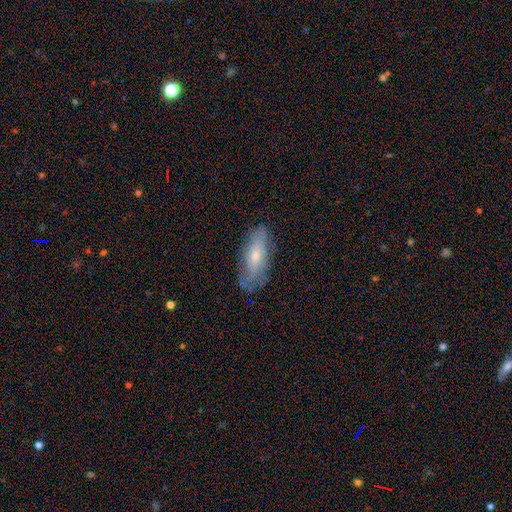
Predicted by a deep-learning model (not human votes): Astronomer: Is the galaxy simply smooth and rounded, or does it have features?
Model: smooth — 46%, tied with featured or disk at 46%.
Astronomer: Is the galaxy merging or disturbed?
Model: none — 69%.